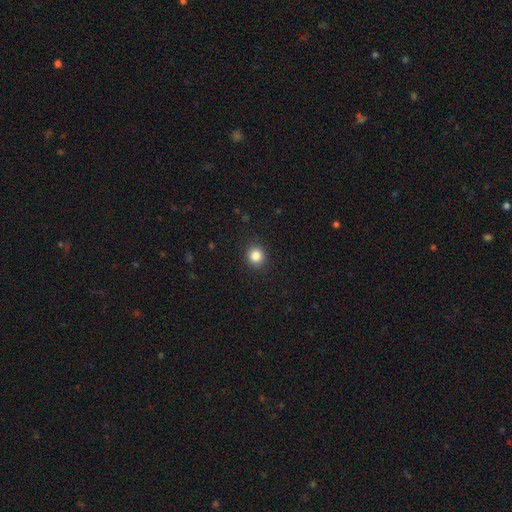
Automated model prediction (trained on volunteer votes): smooth_or_featured: smooth (p=0.84) [alt: star or artifact p=0.11]
how_rounded: round (p=0.88) [alt: in between p=0.11]
merging: none (p=0.91) [alt: minor disturbance p=0.06]